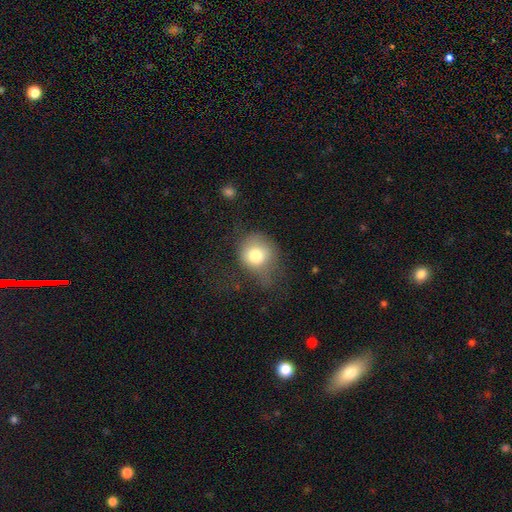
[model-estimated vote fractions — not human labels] Overall: smooth (77%). How rounded: round (75%). Merging: none (38%; minor disturbance 33%).